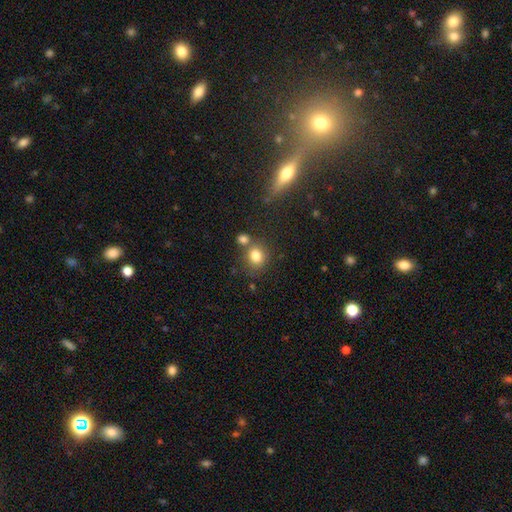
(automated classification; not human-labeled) A smooth galaxy with no disk features (81%) that is round (70%).

Vote fractions:
- Smooth or featured? smooth: 81% / star or artifact: 11% / featured or disk: 8%
- How rounded? round: 70% / in between: 29% / cigar-shaped: 1%
- Merging? none: 60% / merger: 23% / minor disturbance: 12% / major disturbance: 5%